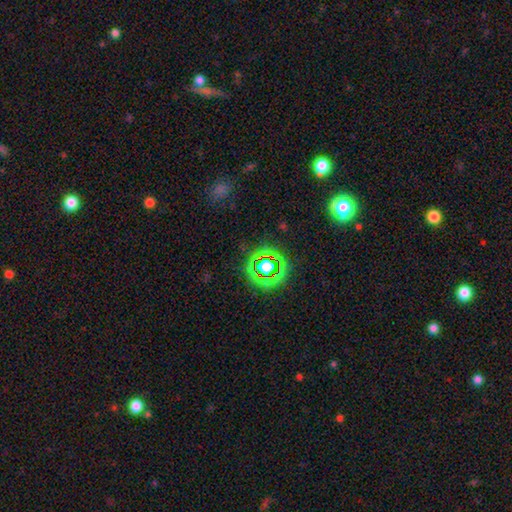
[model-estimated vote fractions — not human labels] Smooth or featured: star or artifact — 72% (smooth — 18%)